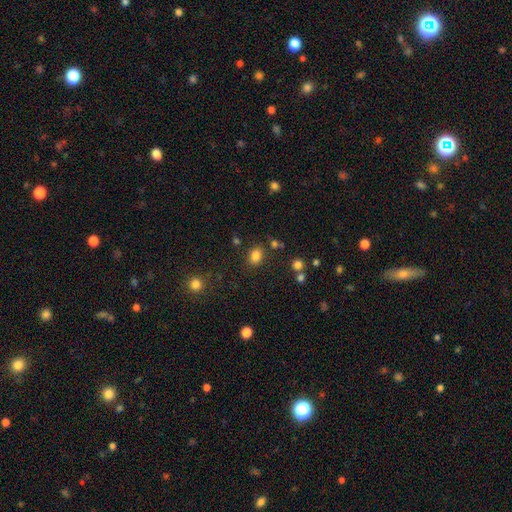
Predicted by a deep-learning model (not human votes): A smooth galaxy with no disk features (82%) that is in between round and cigar-shaped (63%). Merging: none (80%).